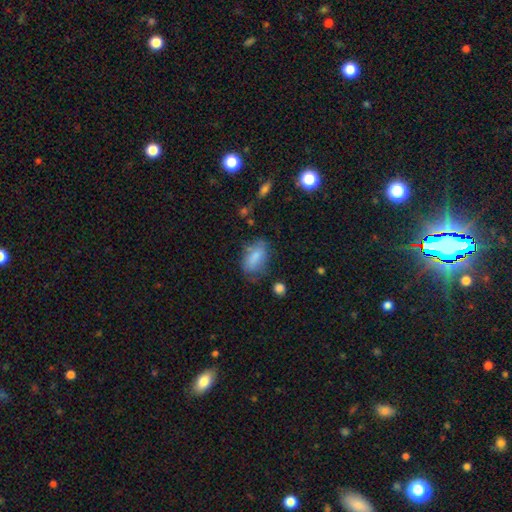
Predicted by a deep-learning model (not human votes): This appears to be a smooth galaxy with no disk features (76%) that is in between round and cigar-shaped (88%). Merging: none (62%).